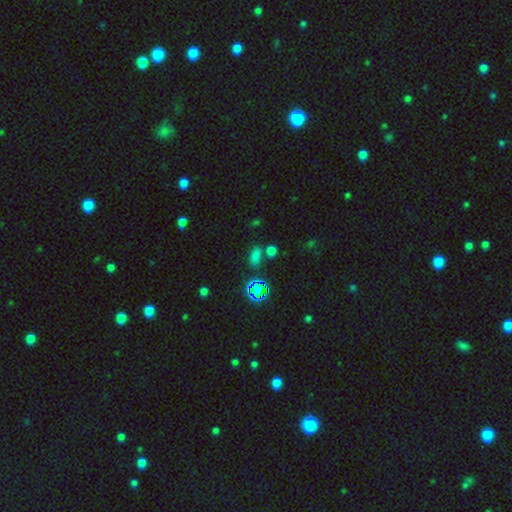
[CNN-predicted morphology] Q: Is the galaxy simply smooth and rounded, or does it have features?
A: smooth — 63%.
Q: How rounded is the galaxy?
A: in between — 78%.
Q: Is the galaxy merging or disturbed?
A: none — 68%.